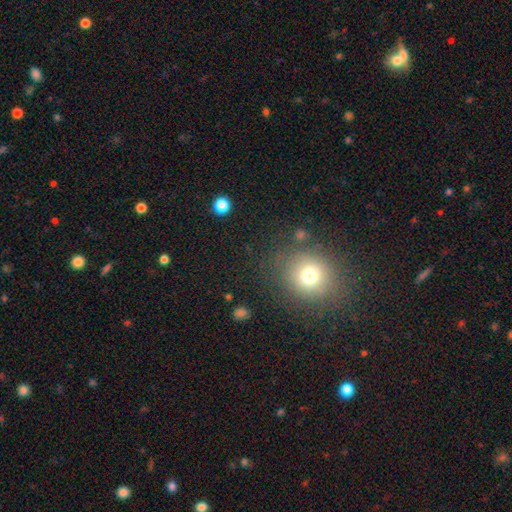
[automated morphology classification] smooth-or-featured: smooth: 62% | star or artifact: 30% | featured or disk: 8%
  how-rounded: round: 80% | in between: 18% | cigar-shaped: 1%
  merging: none: 88% | minor disturbance: 7% | major disturbance: 3% | merger: 2%